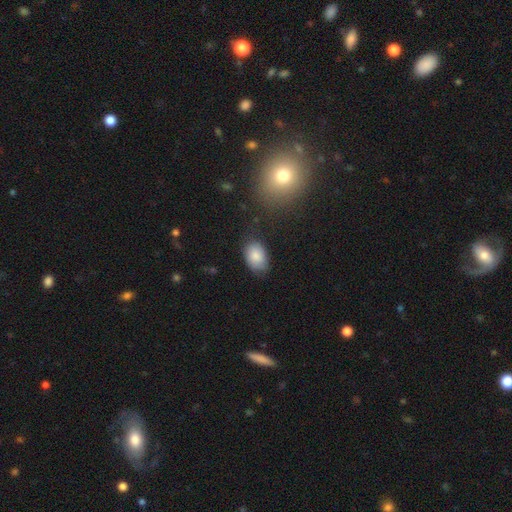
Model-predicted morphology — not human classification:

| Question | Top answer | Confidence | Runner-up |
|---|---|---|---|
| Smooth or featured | smooth | 85% | featured or disk (8%) |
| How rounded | in between | 87% | round (12%) |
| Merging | none | 73% | minor disturbance (21%) |